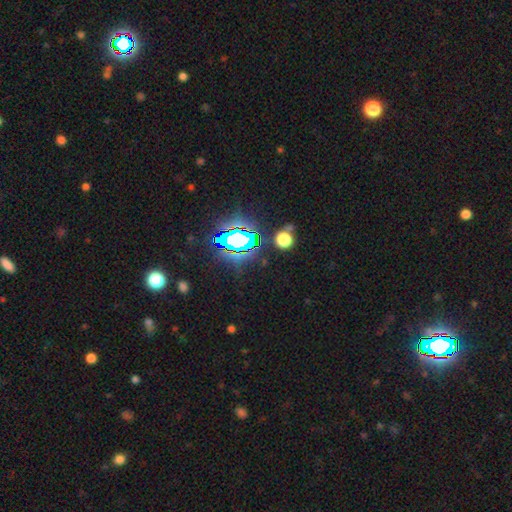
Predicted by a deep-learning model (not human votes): Smooth or featured?
  - star or artifact: 81% *
  - smooth: 12%
  - featured or disk: 7%